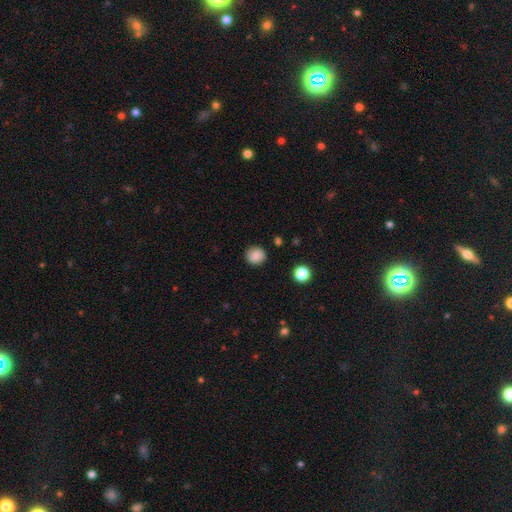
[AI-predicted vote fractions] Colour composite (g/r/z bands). It shows a smooth galaxy with no disk features (86%) that is round (85%). Merging: none (87%).